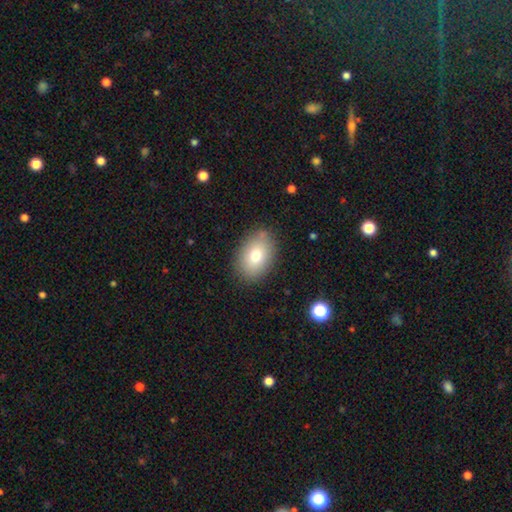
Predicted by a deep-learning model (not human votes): Morphology: type=smooth (75%); roundness=in between (82%); merging=none (84%).